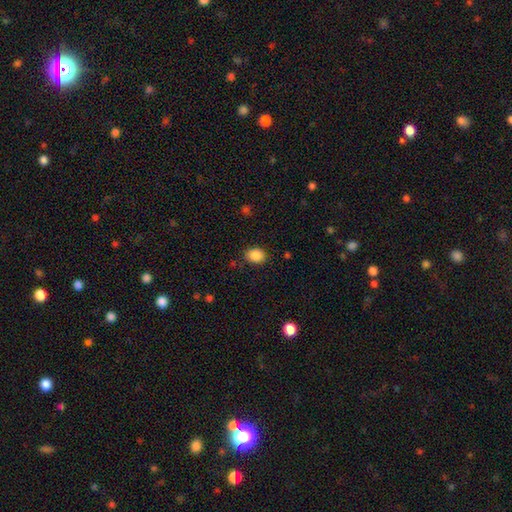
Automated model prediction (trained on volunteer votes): Smooth or featured?
  - smooth: 87% *
  - star or artifact: 9%
  - featured or disk: 4%
How rounded?
  - in between: 59% *
  - round: 40%
  - cigar-shaped: 1%
Merging?
  - none: 84% *
  - minor disturbance: 12%
  - major disturbance: 3%
  - merger: 1%